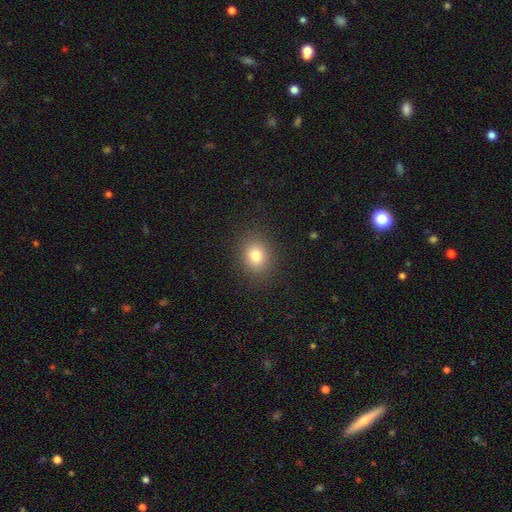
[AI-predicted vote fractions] This appears to be a smooth galaxy with no disk features (81%) that is round (59%). Merging: none (88%).